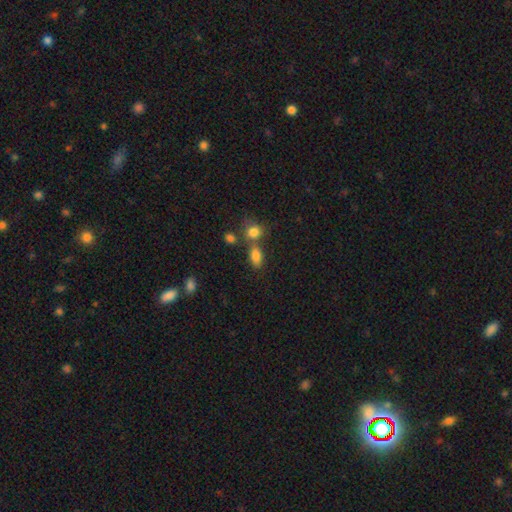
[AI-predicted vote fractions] Smooth or featured? Predicted: smooth (p=0.82). How rounded? Predicted: in between (p=0.82). Merging? Predicted: none (p=0.53).